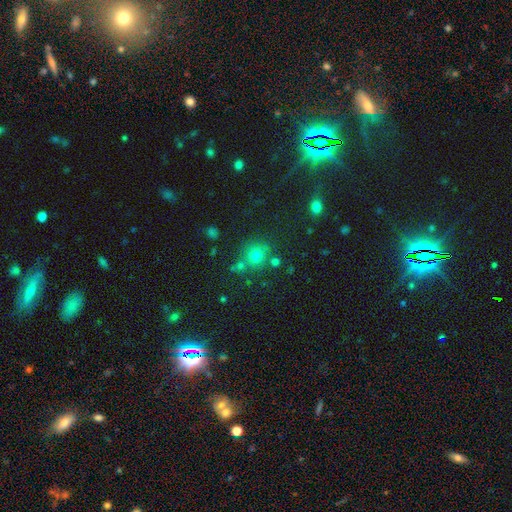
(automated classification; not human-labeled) Smooth or featured? smooth (72%)
How rounded? round (87%)
Merging? none (72%)